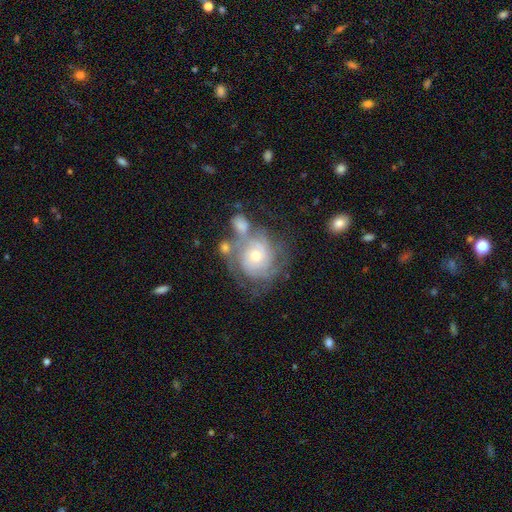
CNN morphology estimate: Smooth or featured: featured or disk — 77% (smooth — 16%)
Edge-on disk: no — 97% (yes — 3%)
Bar: no — 79% (weak — 17%)
Spiral arms: yes — 89% (no — 11%)
Spiral winding: tight — 68% (medium — 25%)
Spiral arm count: can't tell — 40% (2 — 21%)
Bulge size: small — 48% (moderate — 47%)
Merging: none — 52% (minor disturbance — 18%)